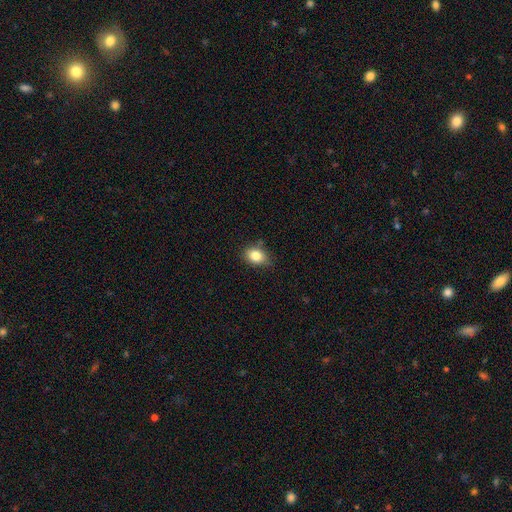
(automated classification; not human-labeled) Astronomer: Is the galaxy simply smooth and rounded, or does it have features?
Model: smooth — 83%.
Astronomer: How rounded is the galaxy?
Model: in between — 70%.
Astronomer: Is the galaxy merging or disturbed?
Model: none — 74%.